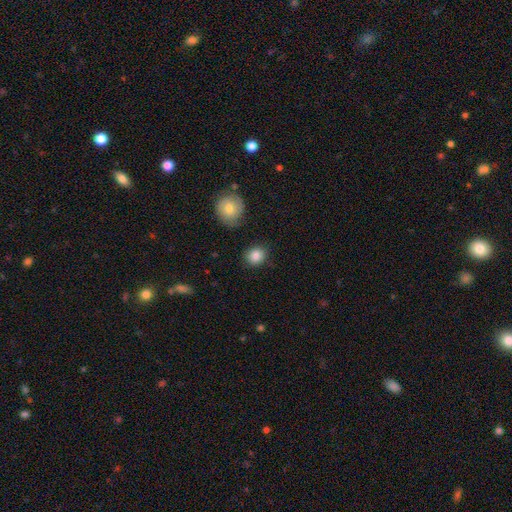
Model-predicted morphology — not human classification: Smooth or featured: smooth — 87% (star or artifact — 8%)
How rounded: round — 78% (in between — 21%)
Merging: none — 83% (minor disturbance — 11%)